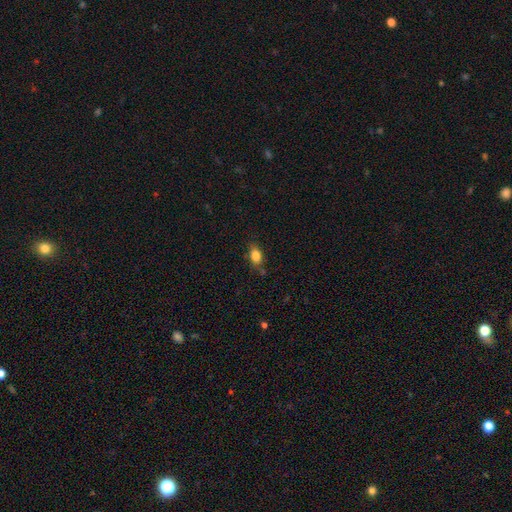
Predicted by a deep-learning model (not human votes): This appears to be a smooth galaxy with no disk features (84%) that is in between round and cigar-shaped (82%). Merging: none (75%).